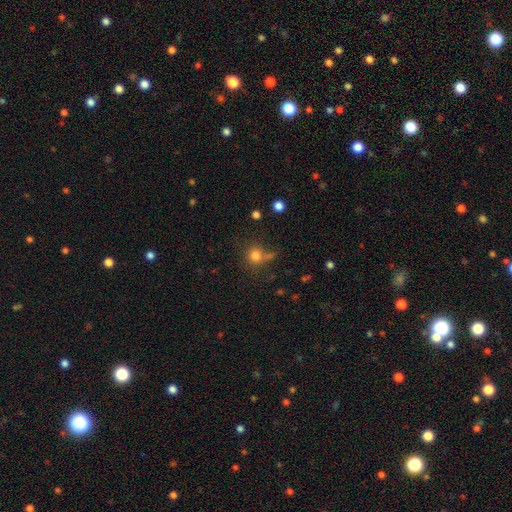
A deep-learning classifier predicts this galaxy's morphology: Smooth or featured? smooth (79%)
How rounded? round (88%)
Merging? none (66%)